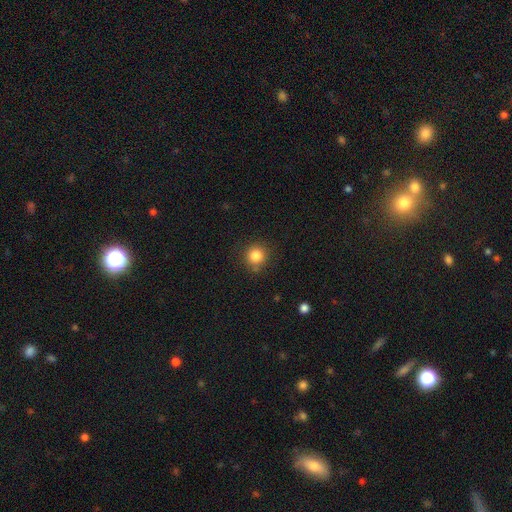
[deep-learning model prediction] A smooth galaxy with no disk features (84%) that is round (92%).

Vote fractions:
- Smooth or featured? smooth: 84% / star or artifact: 12% / featured or disk: 5%
- How rounded? round: 92% / in between: 7% / cigar-shaped: 1%
- Merging? none: 83% / minor disturbance: 11% / major disturbance: 3% / merger: 3%